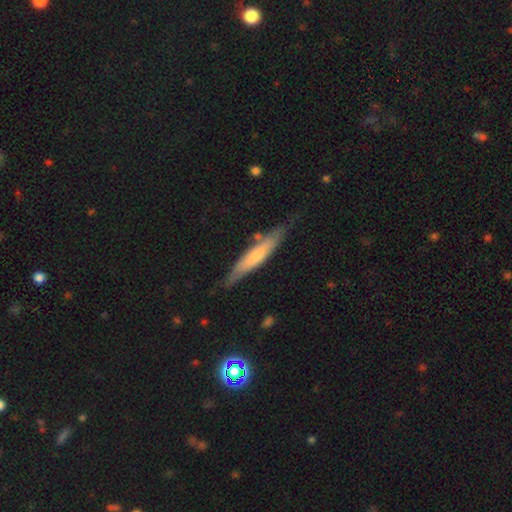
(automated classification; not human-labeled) smooth-or-featured: smooth: 53% | featured or disk: 42% | star or artifact: 5%
  how-rounded: cigar-shaped: 86% | in between: 13% | round: 1%
  merging: none: 72% | minor disturbance: 20% | major disturbance: 5% | merger: 4%